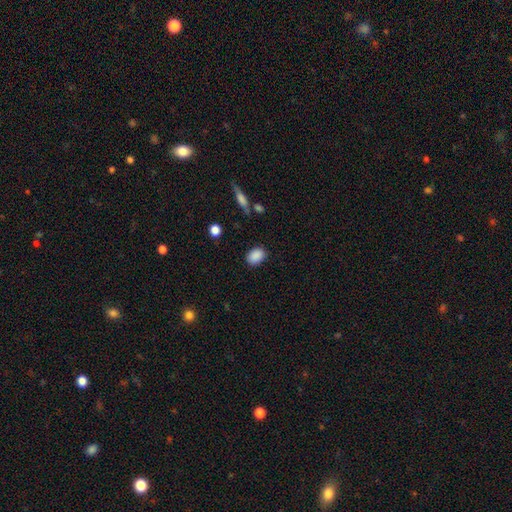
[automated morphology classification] Smooth or featured? smooth (88%)
How rounded? in between (78%)
Merging? none (85%)